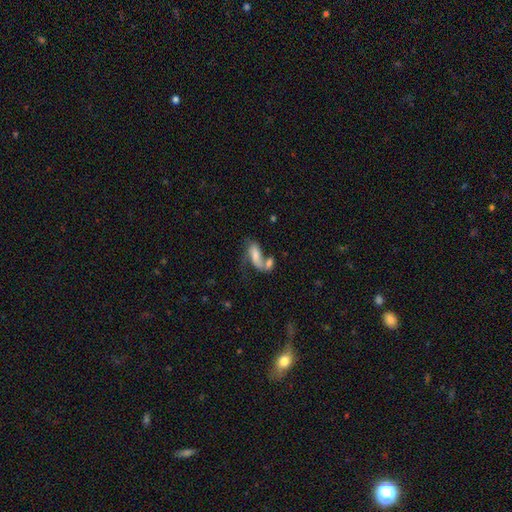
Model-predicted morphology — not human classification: A smooth galaxy with no disk features (62%) that is in between round and cigar-shaped (73%).

Vote fractions:
- Smooth or featured? smooth: 62% / featured or disk: 29% / star or artifact: 9%
- How rounded? in between: 73% / cigar-shaped: 24% / round: 4%
- Merging? merger: 51% / none: 21% / major disturbance: 17% / minor disturbance: 11%